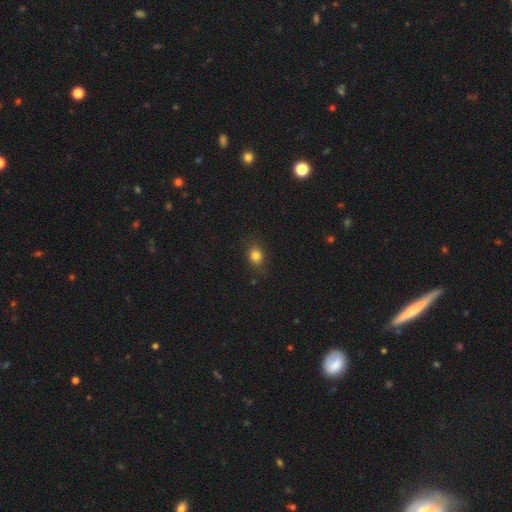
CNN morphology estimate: type=smooth (81%); roundness=in between (54%); merging=none (83%).